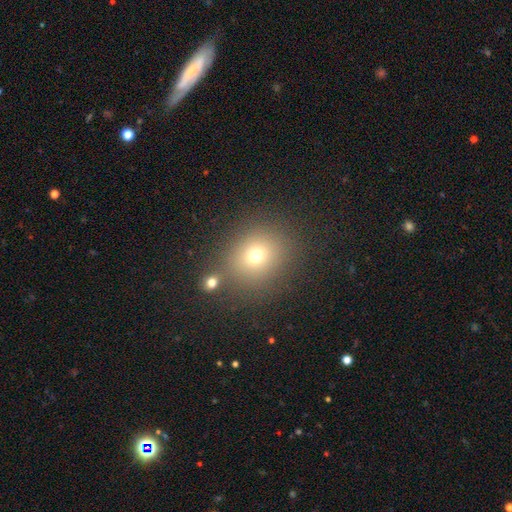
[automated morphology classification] Q: Smooth or featured?
A: smooth (70%); runner-up: star or artifact (19%)
Q: How rounded?
A: round (73%); runner-up: in between (26%)
Q: Merging?
A: none (77%); runner-up: minor disturbance (10%)